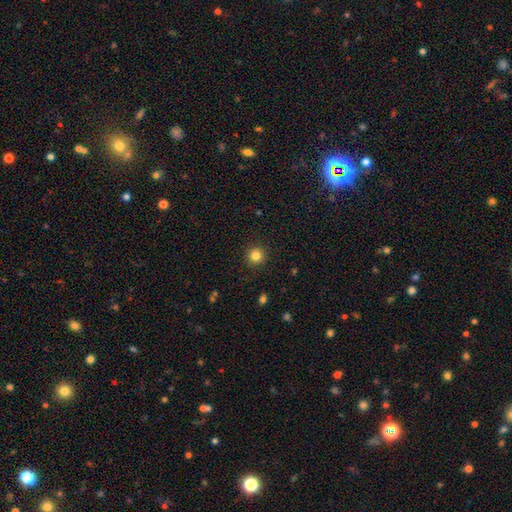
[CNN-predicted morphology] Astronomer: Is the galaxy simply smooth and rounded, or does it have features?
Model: smooth — 83%.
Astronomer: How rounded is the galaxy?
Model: round — 95%.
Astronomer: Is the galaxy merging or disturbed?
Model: none — 92%.